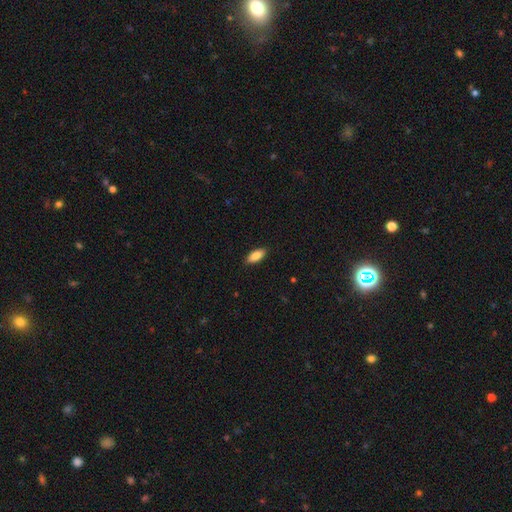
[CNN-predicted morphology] This is clearly a smooth galaxy (86%). How rounded: clearly in between (86%). Merging: clearly none (88%).